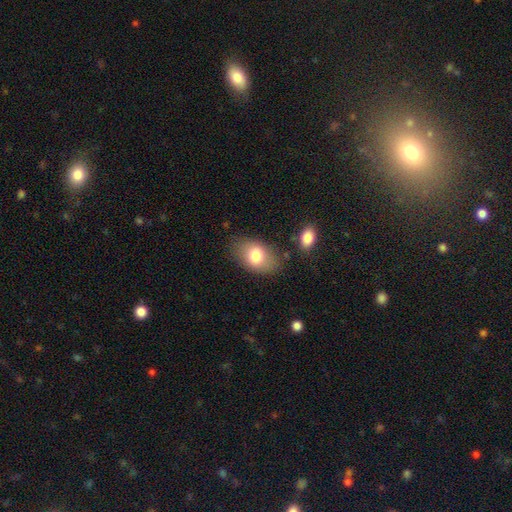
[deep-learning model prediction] Morphology: type=smooth (77%); roundness=in between (85%); merging=none (75%).